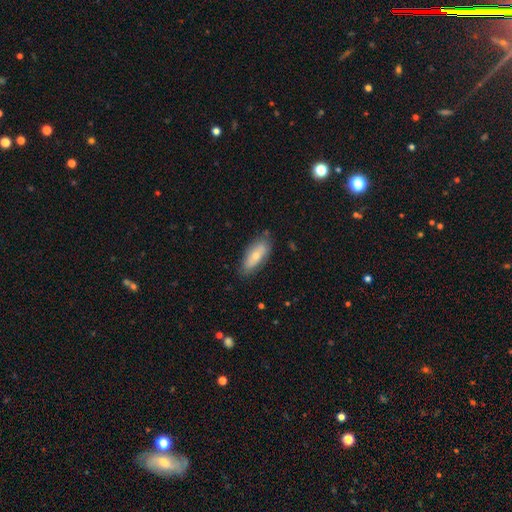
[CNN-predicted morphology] A smooth galaxy with no disk features (63%) that is in between round and cigar-shaped (78%).

Vote fractions:
- Smooth or featured? smooth: 63% / featured or disk: 30% / star or artifact: 6%
- How rounded? in between: 78% / cigar-shaped: 19% / round: 3%
- Merging? none: 77% / minor disturbance: 17% / major disturbance: 4% / merger: 2%